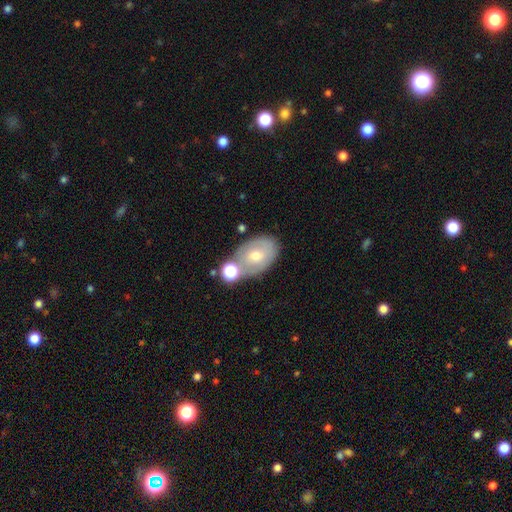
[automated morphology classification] type=smooth (53%); roundness=in between (79%); merging=none (54%).